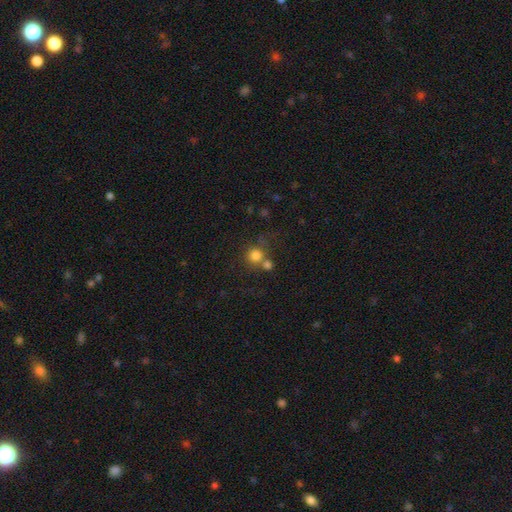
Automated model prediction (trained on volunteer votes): Smooth or featured?
  - smooth: 79% *
  - star or artifact: 13%
  - featured or disk: 8%
How rounded?
  - round: 91% *
  - in between: 8%
  - cigar-shaped: 1%
Merging?
  - none: 57% *
  - merger: 30%
  - minor disturbance: 9%
  - major disturbance: 5%